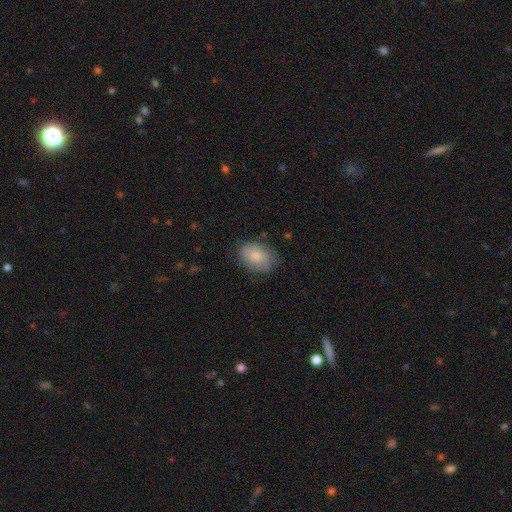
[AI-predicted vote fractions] smooth 81%, featured or disk 13%, star or artifact 7%. Down the decision tree: how rounded — in between (78%); merging — none (72%).